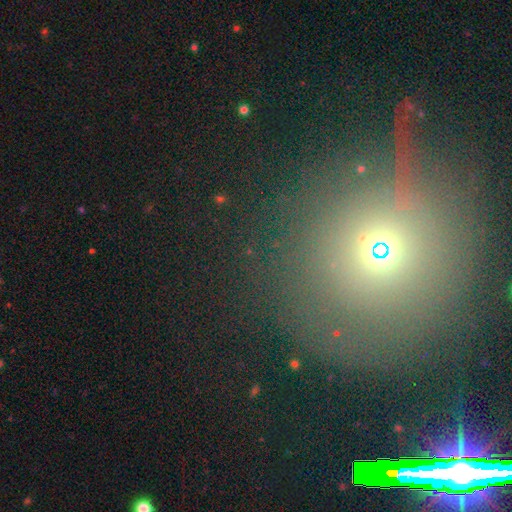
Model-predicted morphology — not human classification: type=star or artifact (53%).